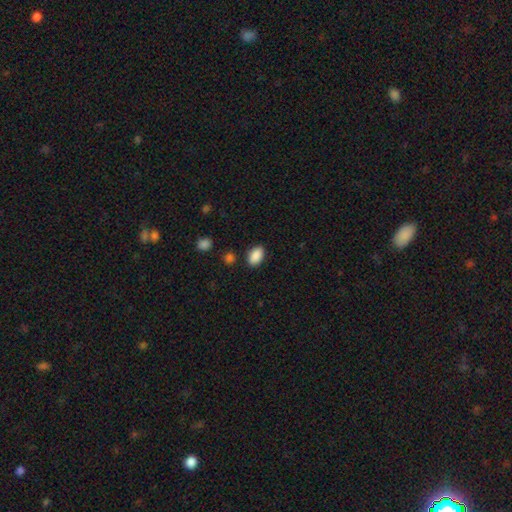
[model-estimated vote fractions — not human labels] Smooth or featured: smooth — 89% (star or artifact — 7%)
How rounded: in between — 92% (round — 7%)
Merging: none — 86% (minor disturbance — 10%)